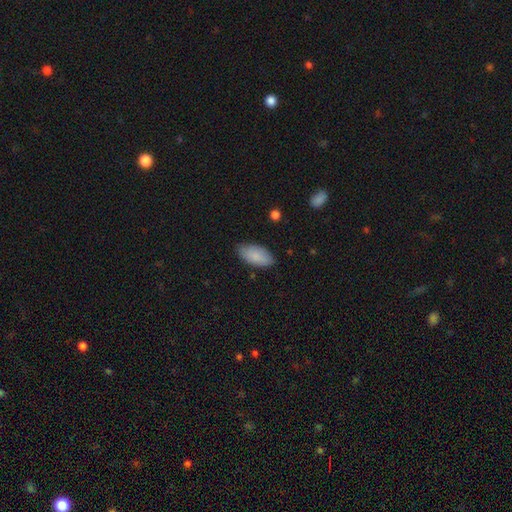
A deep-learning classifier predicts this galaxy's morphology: A smooth galaxy with no disk features (87%) that is in between round and cigar-shaped (93%). Merging: none (79%).